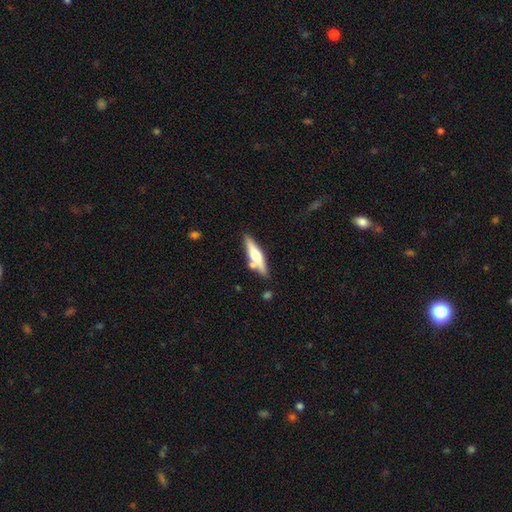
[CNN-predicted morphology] Overall: featured or disk (52%; smooth 42%). Edge-on disk: yes (94%). Merging: none (74%).